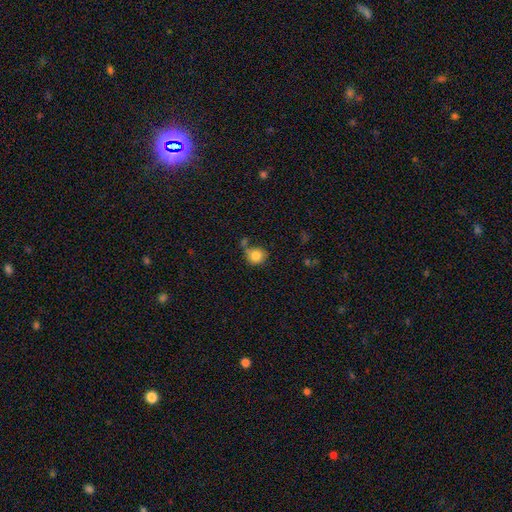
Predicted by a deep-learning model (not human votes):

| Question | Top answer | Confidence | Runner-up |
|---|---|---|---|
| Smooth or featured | smooth | 83% | star or artifact (10%) |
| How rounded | round | 83% | in between (16%) |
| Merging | none | 61% | minor disturbance (18%) |